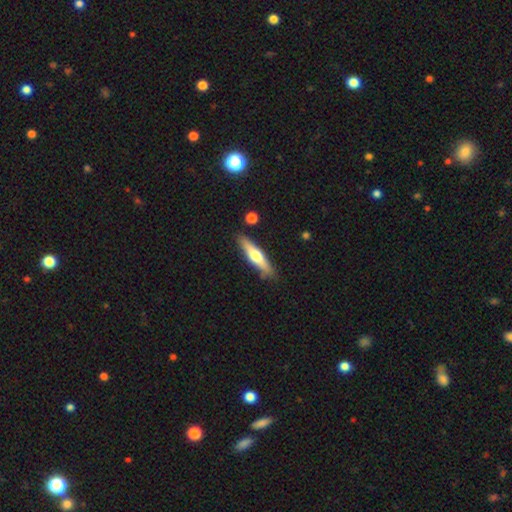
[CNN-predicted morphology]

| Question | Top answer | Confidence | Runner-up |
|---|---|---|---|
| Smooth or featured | smooth | 50% | featured or disk (44%) |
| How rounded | cigar-shaped | 78% | in between (20%) |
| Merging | none | 85% | minor disturbance (10%) |